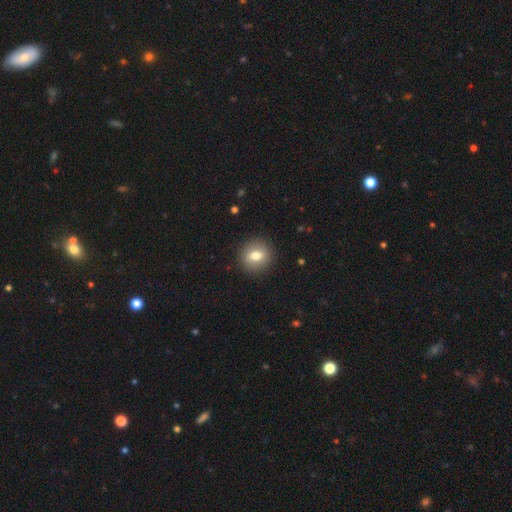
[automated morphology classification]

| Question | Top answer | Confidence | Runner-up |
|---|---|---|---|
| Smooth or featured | smooth | 75% | featured or disk (16%) |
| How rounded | round | 82% | in between (17%) |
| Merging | none | 90% | minor disturbance (6%) |